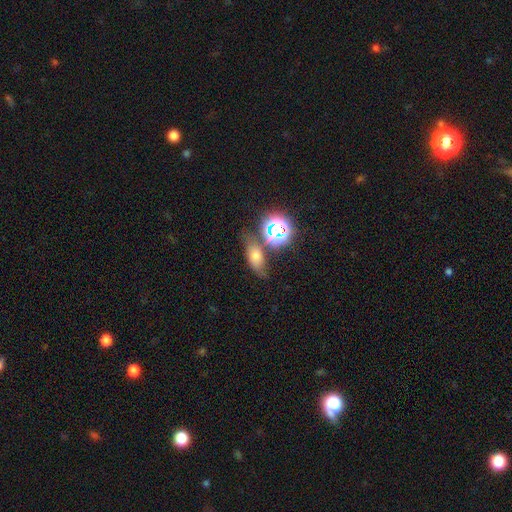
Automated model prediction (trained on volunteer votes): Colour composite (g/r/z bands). It shows a smooth galaxy with no disk features (55%) that is in between round and cigar-shaped (72%). Merging: none (63%).